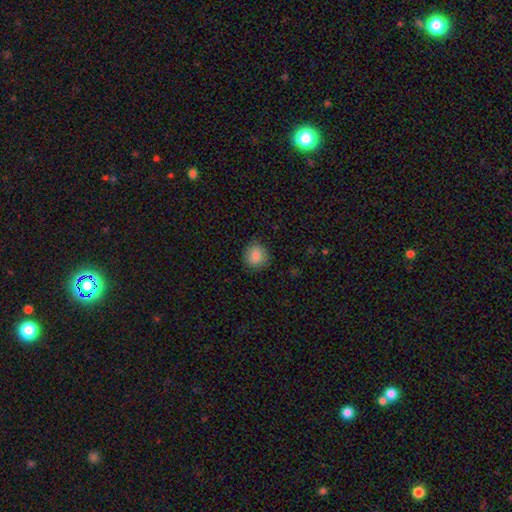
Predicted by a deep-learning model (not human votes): A smooth galaxy with no disk features (87%) that is round (85%).

Vote fractions:
- Smooth or featured? smooth: 87% / star or artifact: 8% / featured or disk: 5%
- How rounded? round: 85% / in between: 14% / cigar-shaped: 1%
- Merging? none: 85% / minor disturbance: 11% / major disturbance: 3% / merger: 1%